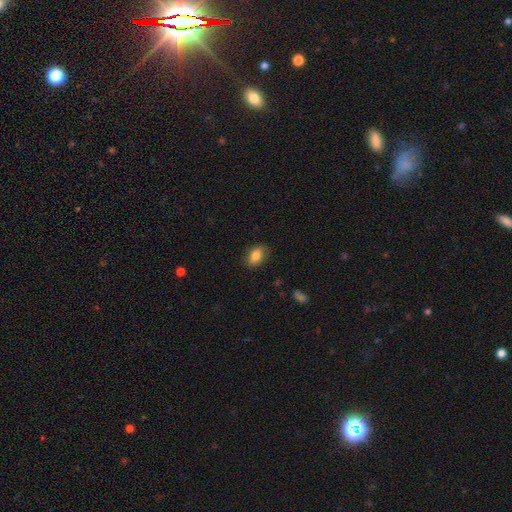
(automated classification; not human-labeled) Smooth or featured? smooth (83%)
How rounded? in between (84%)
Merging? none (83%)